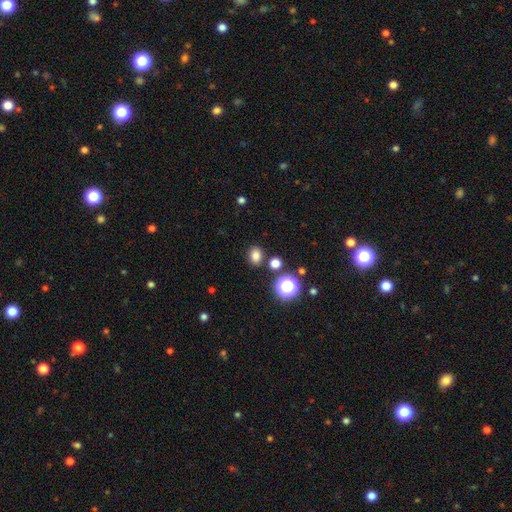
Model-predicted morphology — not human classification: A smooth galaxy with no disk features (79%) that is in between round and cigar-shaped (56%). Merging: none (83%).